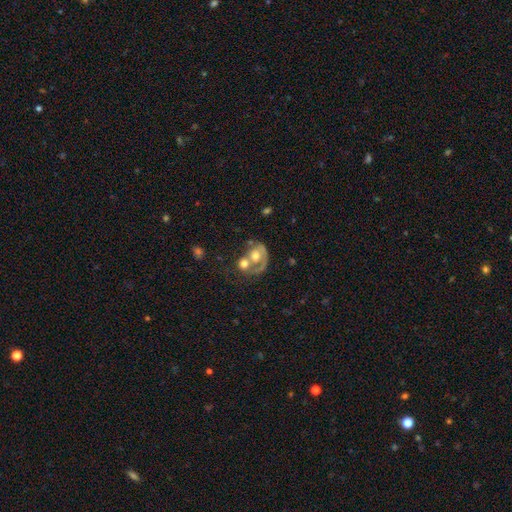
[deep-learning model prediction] Smooth or featured? Predicted: featured or disk (p=0.61). Edge-on disk? Predicted: no (p=0.97). Bar? Predicted: no (p=0.85). Spiral arms? Predicted: yes (p=0.54). Bulge size? Predicted: moderate (p=0.61). Merging? Predicted: merger (p=0.53).